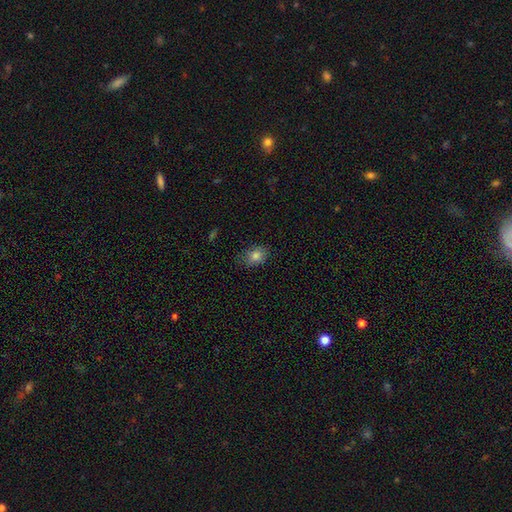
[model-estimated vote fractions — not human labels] This is clearly a smooth galaxy (81%). How rounded: likely in between (69%). Merging: likely none (74%).